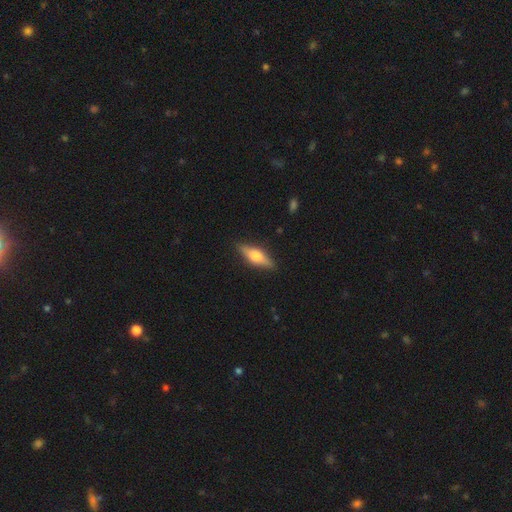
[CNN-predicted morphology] type=featured or disk (48%); merging=none (88%).